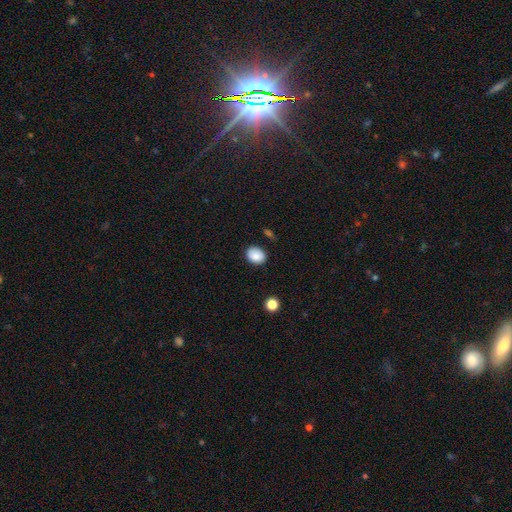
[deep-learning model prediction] The model was most divided on "how rounded": in between: 62%, round: 38%, cigar-shaped: 1%. More confident: smooth or featured — smooth (87%); merging — none (83%).